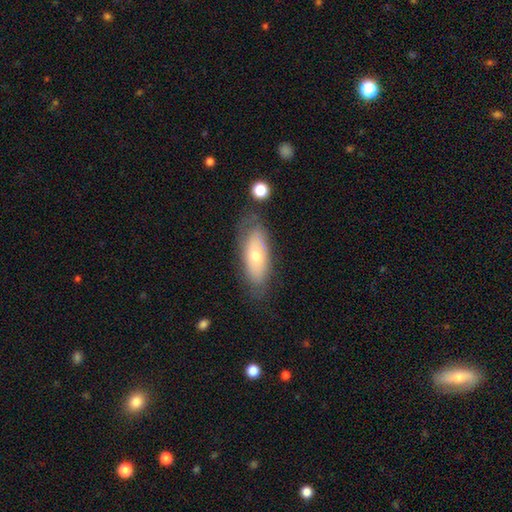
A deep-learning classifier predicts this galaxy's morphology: Smooth or featured? smooth (51%)
How rounded? in between (78%)
Merging? none (71%)